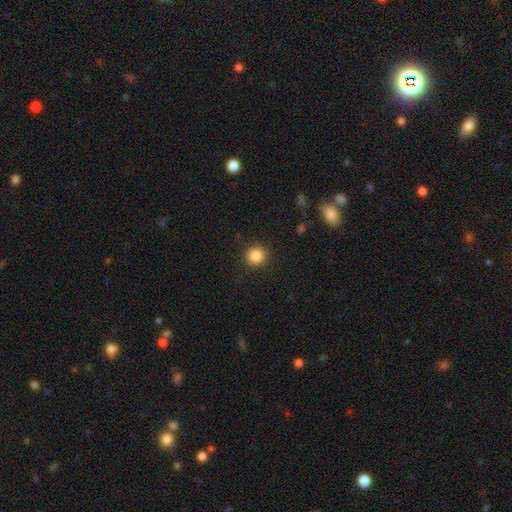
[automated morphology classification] Overall: smooth (85%). How rounded: round (94%). Merging: none (91%).